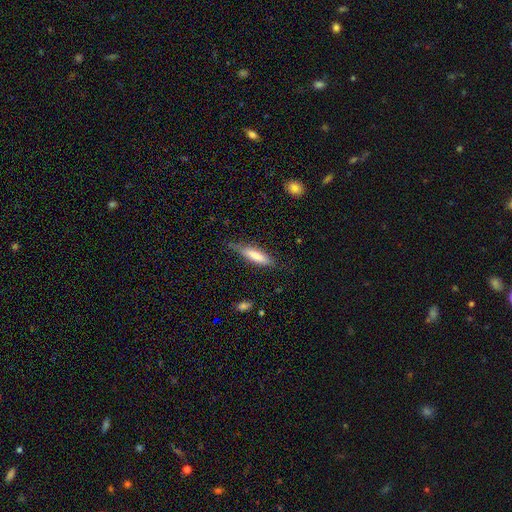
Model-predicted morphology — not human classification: Smooth or featured? smooth (73%)
How rounded? cigar-shaped (68%)
Merging? none (64%)